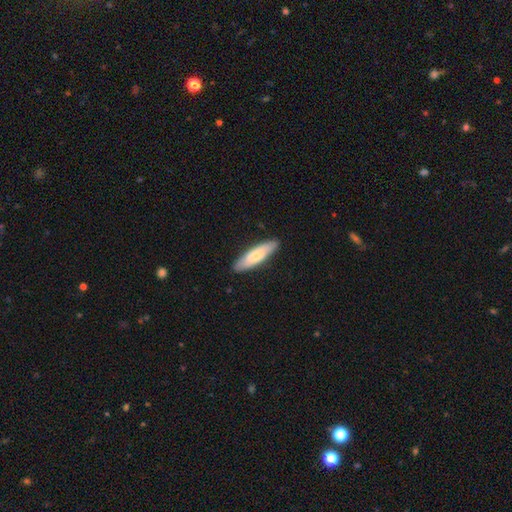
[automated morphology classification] type=smooth (62%); roundness=cigar-shaped (60%); merging=none (87%).